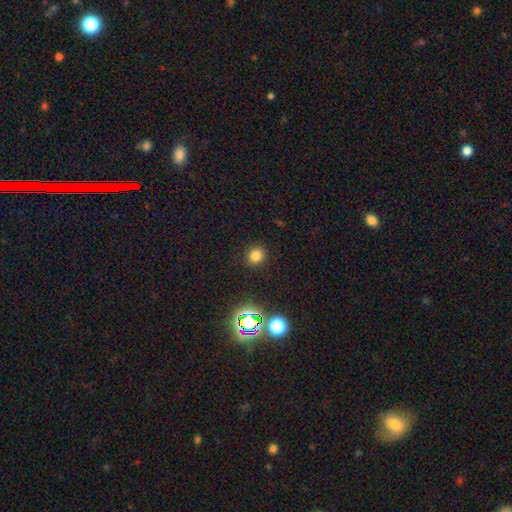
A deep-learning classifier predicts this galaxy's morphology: This is likely a smooth galaxy (78%). How rounded: clearly round (87%). Merging: clearly none (90%).